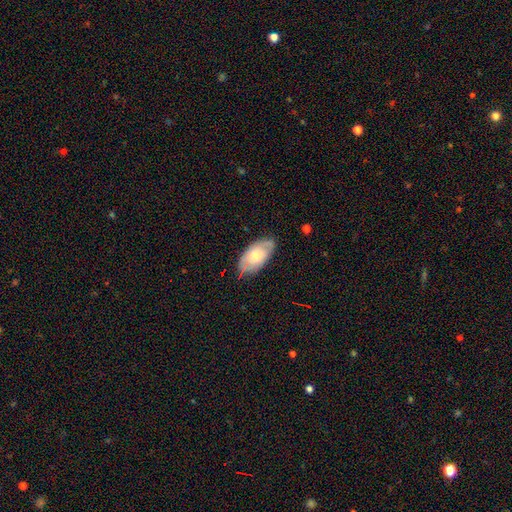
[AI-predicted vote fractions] smooth-or-featured: smooth: 53% | featured or disk: 41% | star or artifact: 6%
  how-rounded: in between: 94% | round: 4% | cigar-shaped: 3%
  merging: none: 71% | minor disturbance: 23% | major disturbance: 5% | merger: 1%